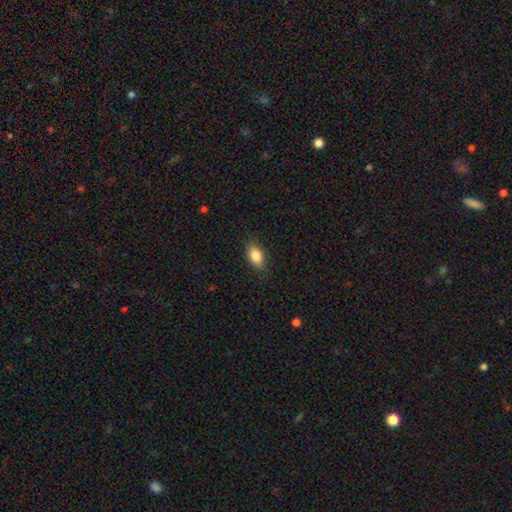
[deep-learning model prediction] smooth-or-featured: smooth: 84% | featured or disk: 8% | star or artifact: 8%
  how-rounded: in between: 88% | round: 8% | cigar-shaped: 4%
  merging: none: 84% | minor disturbance: 13% | major disturbance: 3% | merger: 1%